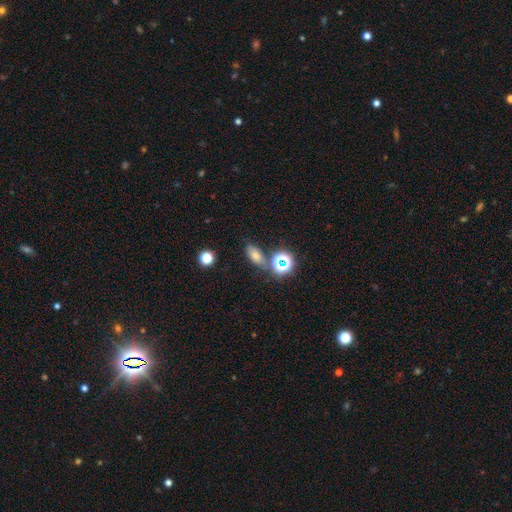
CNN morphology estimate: smooth 64%, star or artifact 24%, featured or disk 12%. Down the decision tree: how rounded — in between (76%); merging — none (71%).